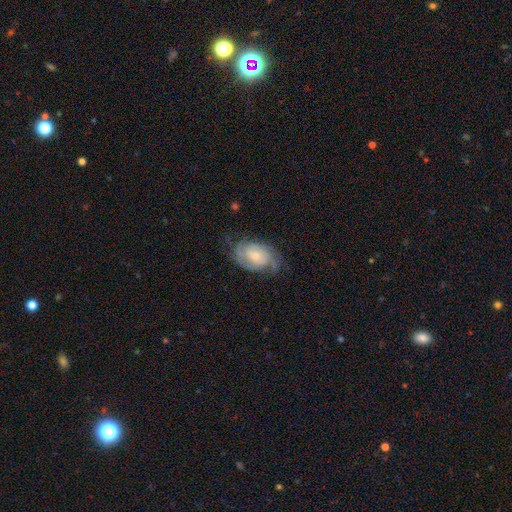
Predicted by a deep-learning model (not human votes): Smooth or featured? Predicted: featured or disk (p=0.71). Edge-on disk? Predicted: no (p=0.97). Bar? Predicted: no (p=0.62). Spiral arms? Predicted: yes (p=0.90). Spiral winding? Predicted: tight (p=0.46). Spiral arm count? Predicted: 2 (p=0.56). Bulge size? Predicted: small (p=0.53). Merging? Predicted: none (p=0.61).